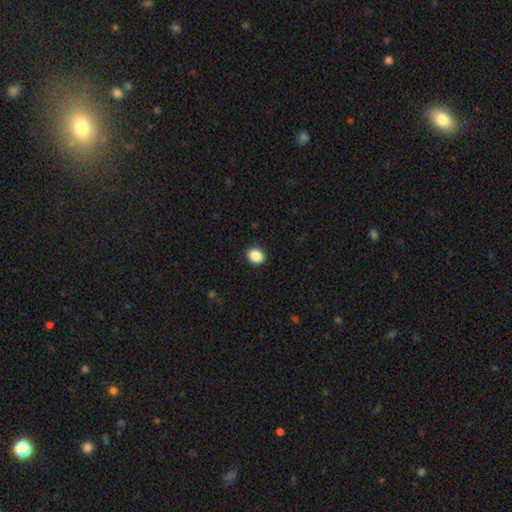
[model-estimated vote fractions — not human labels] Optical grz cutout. It shows a smooth galaxy with no disk features (88%) that is round (63%). Merging: none (91%).